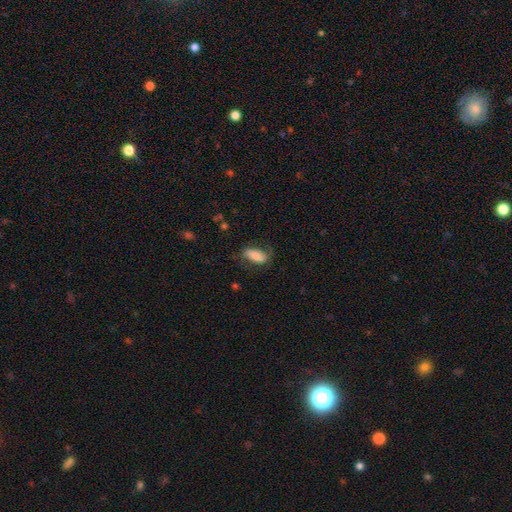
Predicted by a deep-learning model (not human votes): Q: Smooth or featured?
A: smooth (78%); runner-up: featured or disk (15%)
Q: How rounded?
A: in between (87%); runner-up: cigar-shaped (10%)
Q: Merging?
A: none (65%); runner-up: minor disturbance (22%)